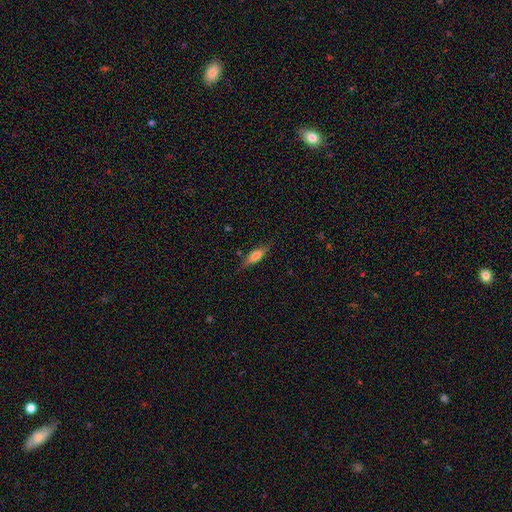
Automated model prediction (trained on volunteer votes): Smooth or featured? Predicted: smooth (p=0.51). How rounded? Predicted: cigar-shaped (p=0.62). Merging? Predicted: none (p=0.82).